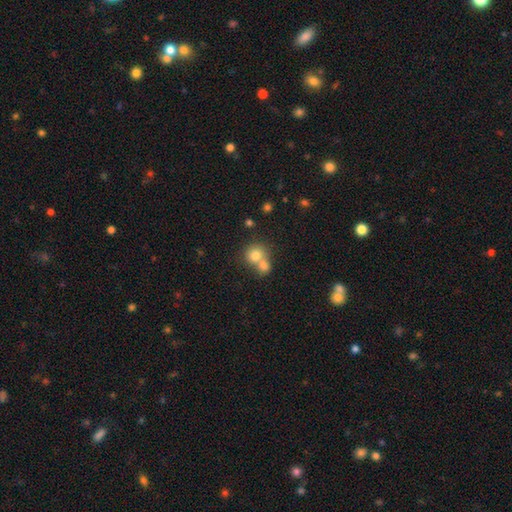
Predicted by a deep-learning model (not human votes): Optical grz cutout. It shows a smooth galaxy with no disk features (76%) that is round (79%). Merging: merger (59%).